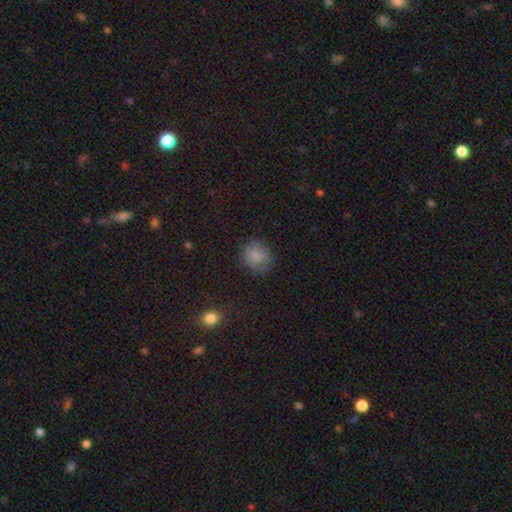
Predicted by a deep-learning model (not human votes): Q: Smooth or featured?
A: smooth (75%); runner-up: featured or disk (13%)
Q: How rounded?
A: round (76%); runner-up: in between (23%)
Q: Merging?
A: none (73%); runner-up: minor disturbance (19%)